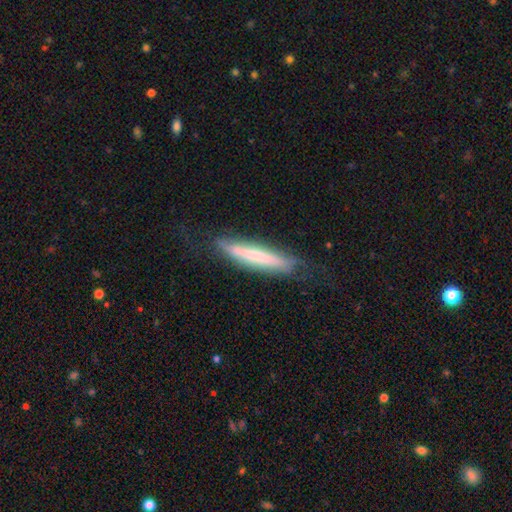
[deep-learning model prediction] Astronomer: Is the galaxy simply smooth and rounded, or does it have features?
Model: smooth — 49% (runner-up: featured or disk, 45%).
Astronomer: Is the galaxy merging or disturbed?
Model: none — 66%.